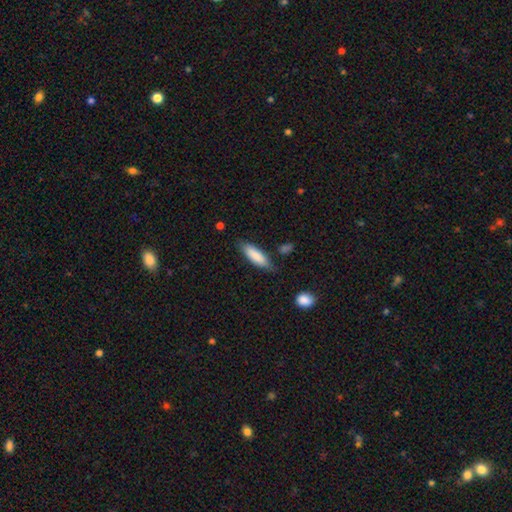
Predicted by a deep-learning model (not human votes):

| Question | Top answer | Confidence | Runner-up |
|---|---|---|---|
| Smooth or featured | smooth | 85% | featured or disk (10%) |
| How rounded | cigar-shaped | 53% | in between (46%) |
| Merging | none | 76% | minor disturbance (17%) |